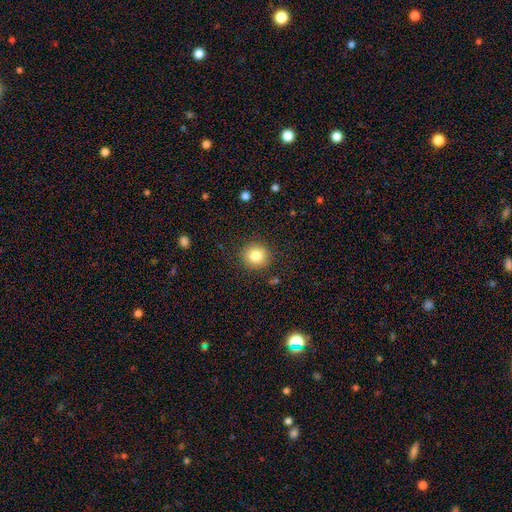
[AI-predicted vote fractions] The model was most divided on "smooth or featured": smooth: 82%, star or artifact: 10%, featured or disk: 8%. More confident: how rounded — round (89%); merging — none (89%).